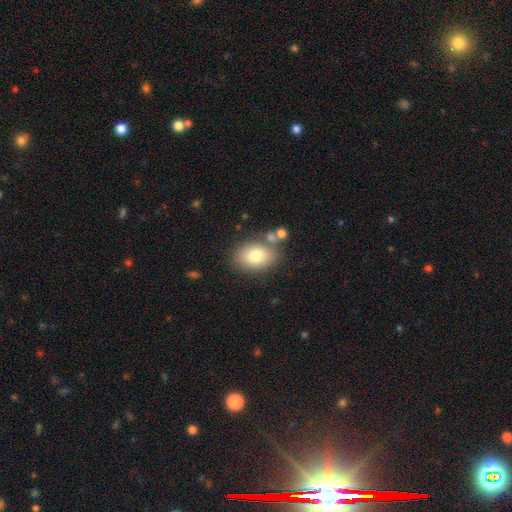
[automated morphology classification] Overall: smooth (78%). How rounded: in between (74%). Merging: none (72%).